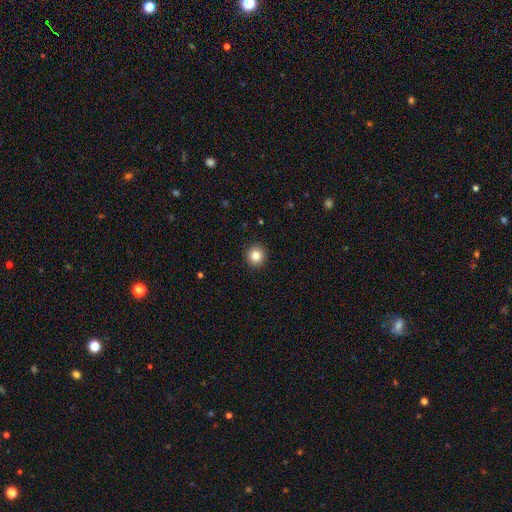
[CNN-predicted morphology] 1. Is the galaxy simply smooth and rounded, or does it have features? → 82% smooth, 11% star or artifact, 7% featured or disk.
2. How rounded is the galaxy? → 95% round, 5% in between, 1% cigar-shaped.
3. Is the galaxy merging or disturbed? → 93% none, 4% minor disturbance, 2% major disturbance, 1% merger.